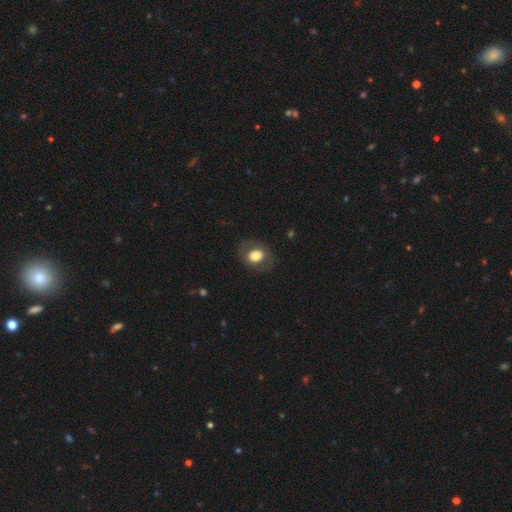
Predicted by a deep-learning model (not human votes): smooth_or_featured: smooth (p=0.69) [alt: featured or disk p=0.23]
how_rounded: in between (p=0.53) [alt: round p=0.46]
merging: none (p=0.78) [alt: minor disturbance p=0.13]